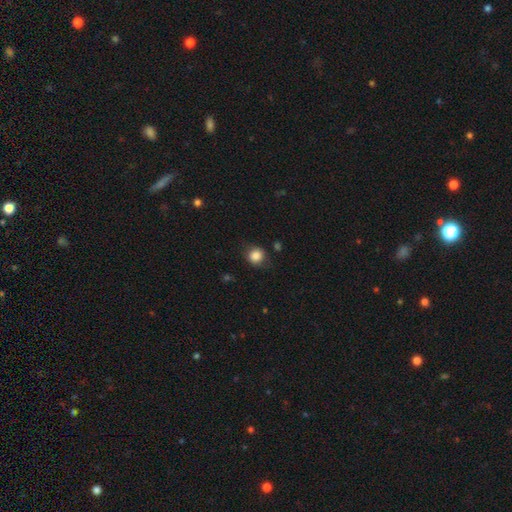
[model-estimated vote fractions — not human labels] smooth_or_featured: smooth (p=0.84) [alt: star or artifact p=0.10]
how_rounded: round (p=0.85) [alt: in between p=0.14]
merging: none (p=0.77) [alt: minor disturbance p=0.17]